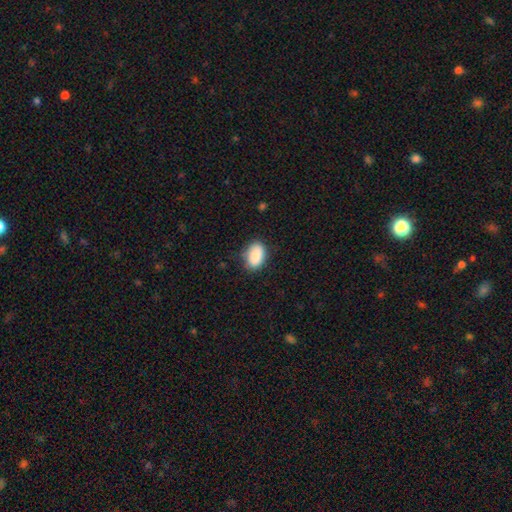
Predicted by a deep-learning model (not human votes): A smooth galaxy with no disk features (90%) that is in between round and cigar-shaped (90%). Merging: none (80%).